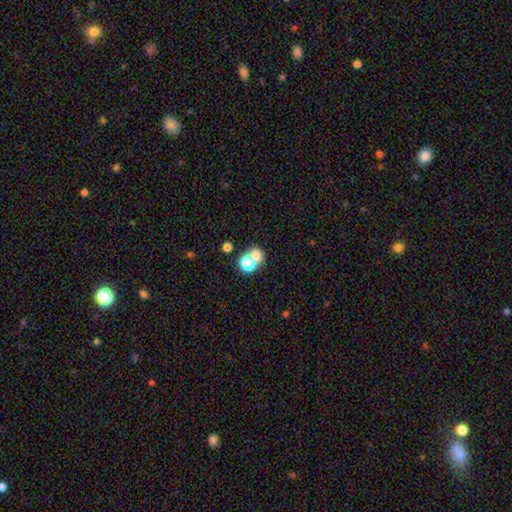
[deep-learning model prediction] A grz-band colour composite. It shows a smooth galaxy with no disk features (66%) that is round (72%). Merging: none (47%).